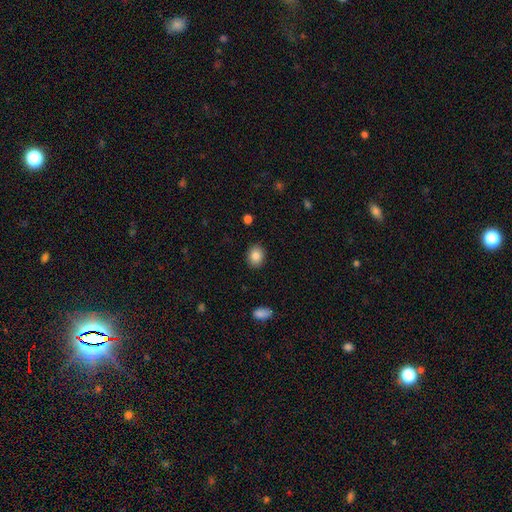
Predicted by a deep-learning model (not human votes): Smooth or featured?
  - smooth: 85% *
  - star or artifact: 8%
  - featured or disk: 6%
How rounded?
  - round: 54% *
  - in between: 46%
  - cigar-shaped: 1%
Merging?
  - none: 90% *
  - minor disturbance: 7%
  - major disturbance: 2%
  - merger: 1%